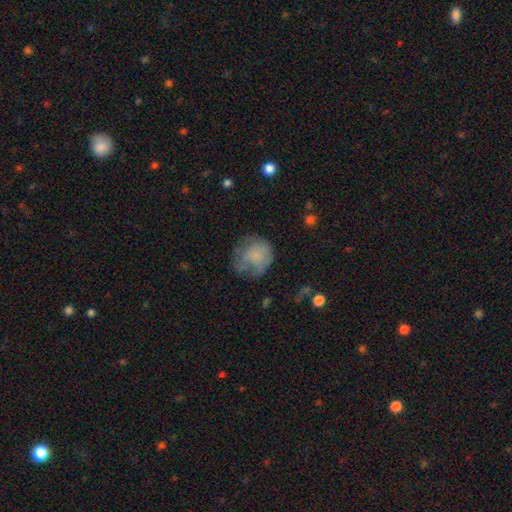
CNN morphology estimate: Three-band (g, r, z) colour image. It shows a smooth galaxy with no disk features (61%) that is round (77%). Merging: none (48%).